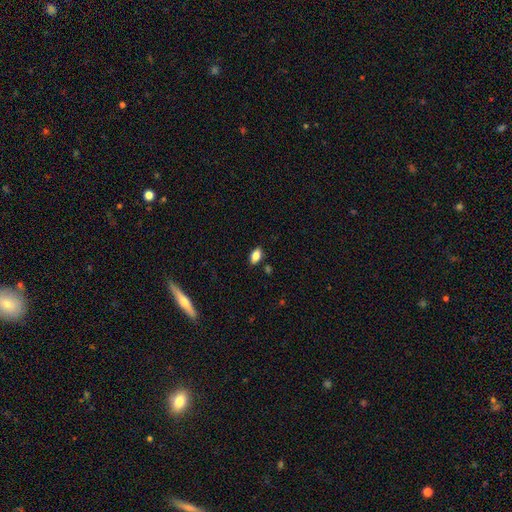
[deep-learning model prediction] This appears to be a smooth galaxy with no disk features (84%) that is in between round and cigar-shaped (91%). Merging: none (85%).